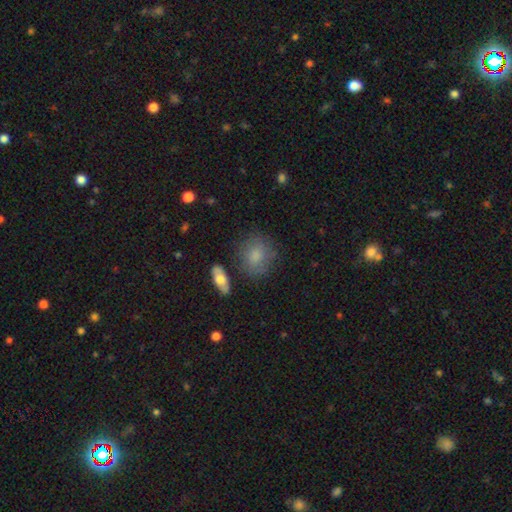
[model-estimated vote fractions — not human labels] smooth 77%, featured or disk 14%, star or artifact 9%. Down the decision tree: how rounded — round (67%); merging — none (74%).